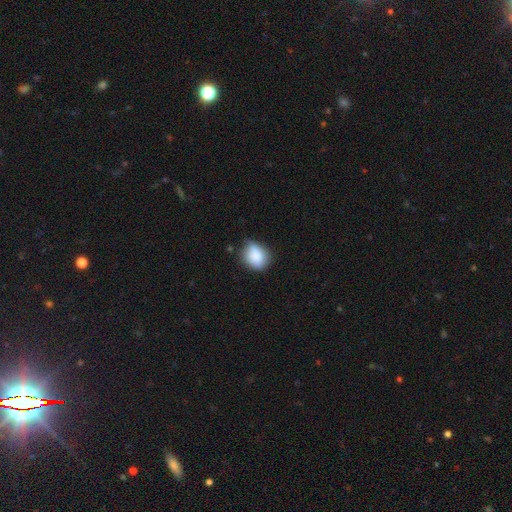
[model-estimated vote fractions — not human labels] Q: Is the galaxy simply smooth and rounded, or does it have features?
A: smooth — 85%.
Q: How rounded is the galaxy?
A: round — 51%.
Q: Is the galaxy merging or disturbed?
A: none — 60%.